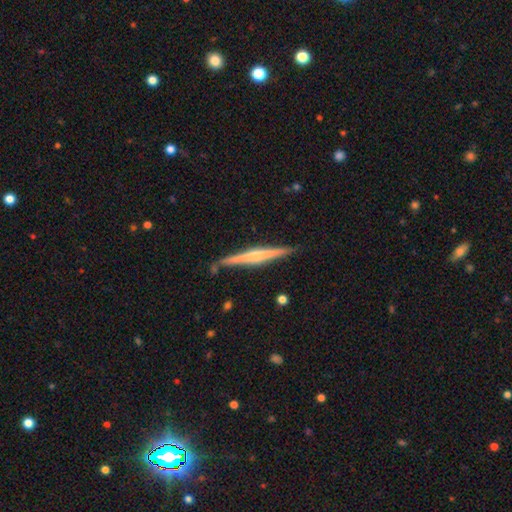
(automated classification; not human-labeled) A featured or disk galaxy (69%) viewed edge-on (98%) with a rounded central bulge (63%).

Vote fractions:
- Smooth or featured? featured or disk: 69% / smooth: 26% / star or artifact: 5%
- Edge-on disk? yes: 98% / no: 2%
- Edge-on bulge? rounded: 63% / none: 24% / boxy: 12%
- Merging? none: 88% / minor disturbance: 9% / merger: 2% / major disturbance: 2%